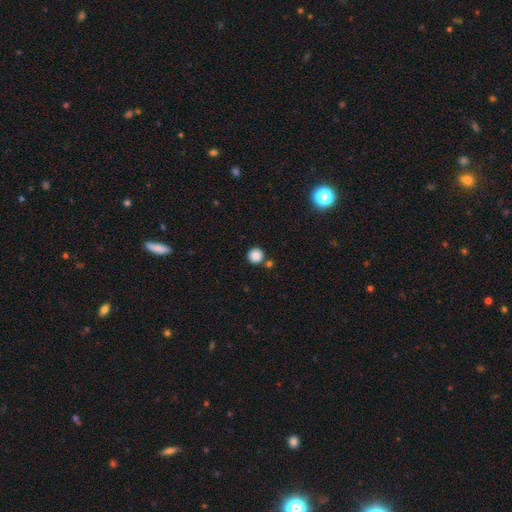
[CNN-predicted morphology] Overall: smooth (87%). How rounded: round (95%). Merging: none (81%).